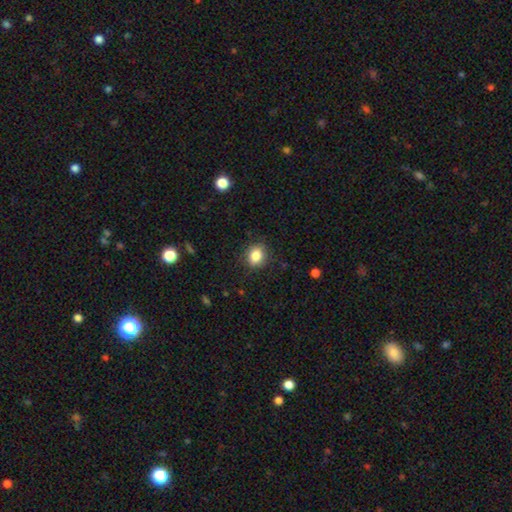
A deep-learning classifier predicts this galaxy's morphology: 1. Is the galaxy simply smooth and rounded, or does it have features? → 85% smooth, 9% star or artifact, 5% featured or disk.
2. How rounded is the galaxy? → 53% in between, 46% round, 1% cigar-shaped.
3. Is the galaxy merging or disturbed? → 85% none, 11% minor disturbance, 3% major disturbance, 1% merger.